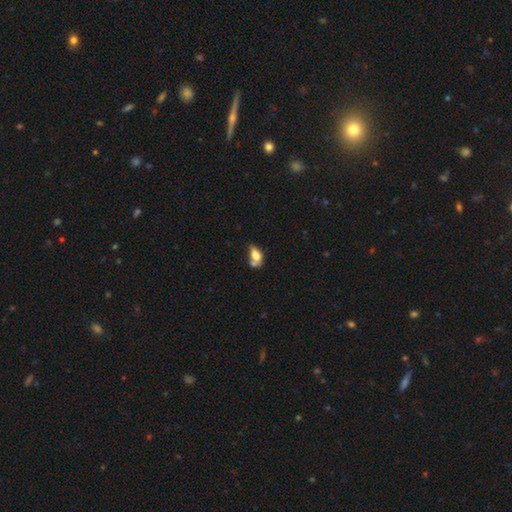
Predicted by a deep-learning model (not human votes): Smooth or featured?
  - smooth: 68% *
  - featured or disk: 22%
  - star or artifact: 10%
How rounded?
  - in between: 82% *
  - round: 11%
  - cigar-shaped: 7%
Merging?
  - merger: 36% *
  - none: 31%
  - minor disturbance: 20%
  - major disturbance: 13%